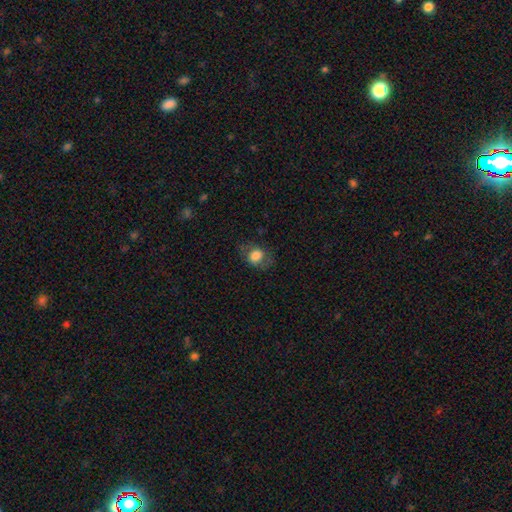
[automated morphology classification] This appears to be a smooth galaxy with no disk features (74%) that is in between round and cigar-shaped (51%). Merging: none (71%).